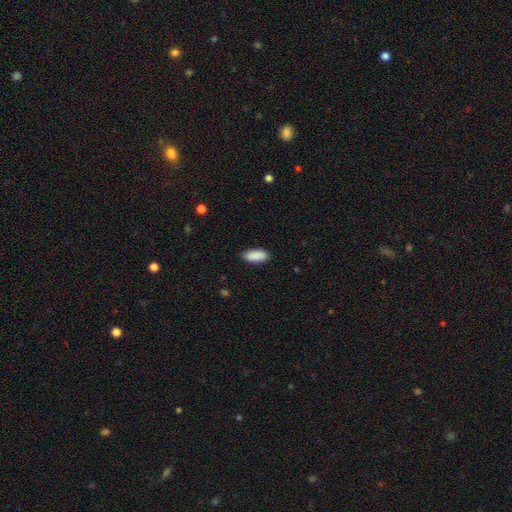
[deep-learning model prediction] Overall: smooth (91%). How rounded: in between (86%). Merging: none (89%).